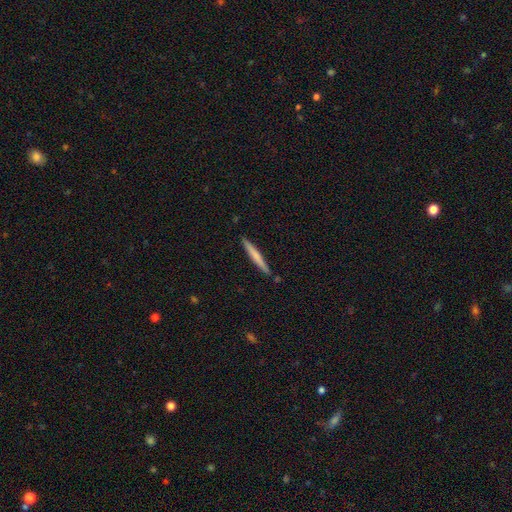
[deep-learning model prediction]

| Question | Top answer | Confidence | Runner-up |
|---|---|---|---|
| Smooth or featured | smooth | 64% | featured or disk (30%) |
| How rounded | cigar-shaped | 96% | in between (2%) |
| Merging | none | 88% | minor disturbance (8%) |